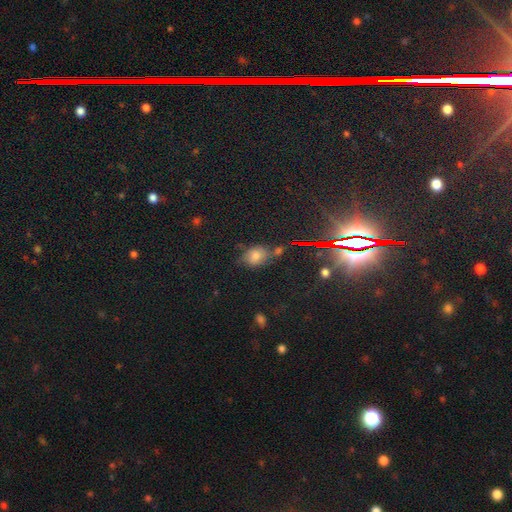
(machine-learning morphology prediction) smooth-or-featured: smooth: 48% | star or artifact: 39% | featured or disk: 13%
  merging: none: 68% | minor disturbance: 19% | merger: 7% | major disturbance: 6%